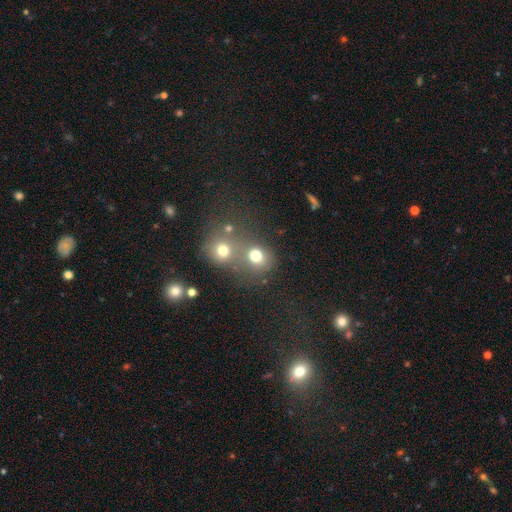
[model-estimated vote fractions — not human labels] smooth_or_featured: smooth (p=0.73) [alt: star or artifact p=0.17]
how_rounded: round (p=0.77) [alt: in between p=0.22]
merging: merger (p=0.44) [alt: none p=0.42]